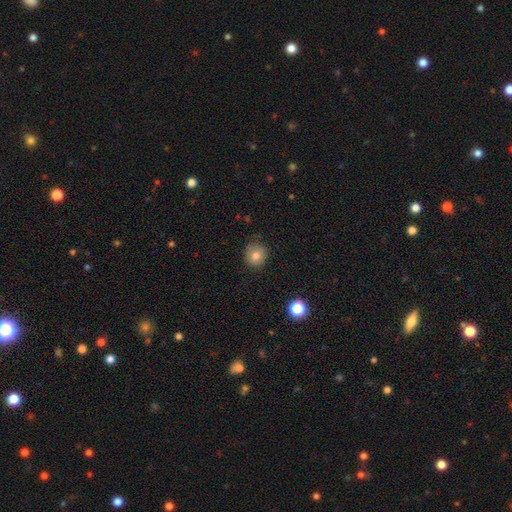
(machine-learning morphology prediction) A smooth galaxy with no disk features (77%) that is round (87%). Merging: none (79%).